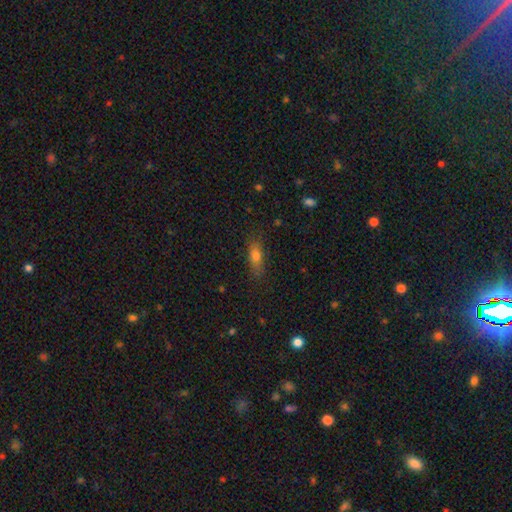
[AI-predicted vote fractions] Smooth or featured?
  - smooth: 71% *
  - featured or disk: 18%
  - star or artifact: 11%
How rounded?
  - in between: 57% *
  - cigar-shaped: 39%
  - round: 4%
Merging?
  - none: 78% *
  - minor disturbance: 16%
  - major disturbance: 5%
  - merger: 2%